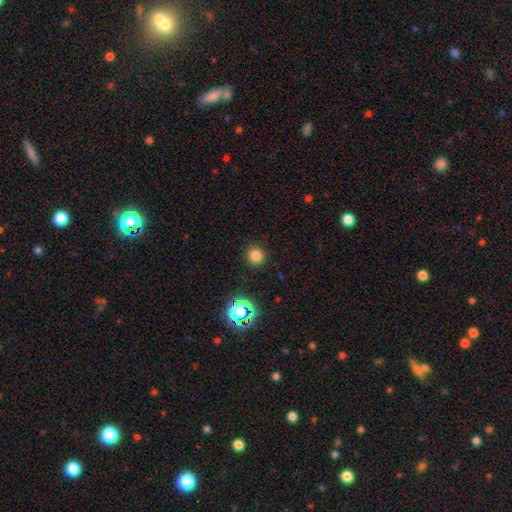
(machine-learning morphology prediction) Smooth or featured?
  - smooth: 79% *
  - star or artifact: 16%
  - featured or disk: 5%
How rounded?
  - round: 94% *
  - in between: 5%
  - cigar-shaped: 1%
Merging?
  - none: 91% *
  - minor disturbance: 6%
  - major disturbance: 2%
  - merger: 1%